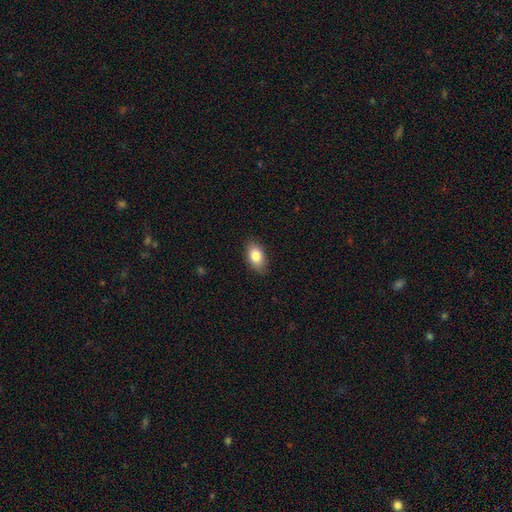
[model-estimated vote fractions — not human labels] Smooth or featured: smooth — 84% (featured or disk — 9%)
How rounded: in between — 92% (round — 6%)
Merging: none — 85% (minor disturbance — 11%)